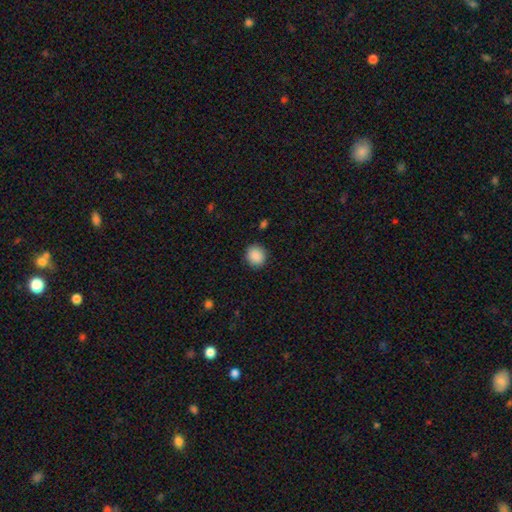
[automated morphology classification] A smooth galaxy with no disk features (89%) that is round (84%).

Vote fractions:
- Smooth or featured? smooth: 89% / star or artifact: 8% / featured or disk: 3%
- How rounded? round: 84% / in between: 15% / cigar-shaped: 1%
- Merging? none: 89% / minor disturbance: 7% / major disturbance: 2% / merger: 1%